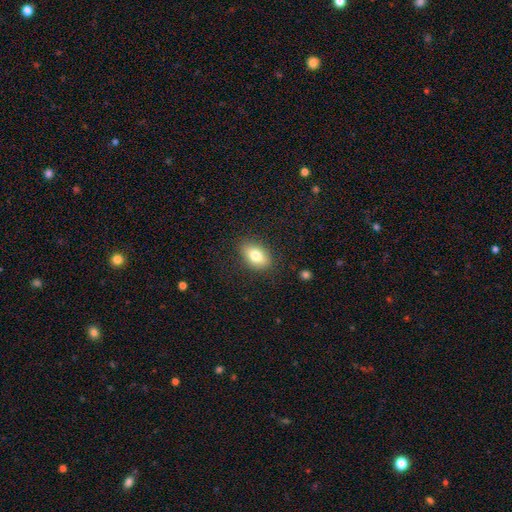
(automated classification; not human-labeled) Overall: smooth (79%). How rounded: in between (87%). Merging: none (84%).